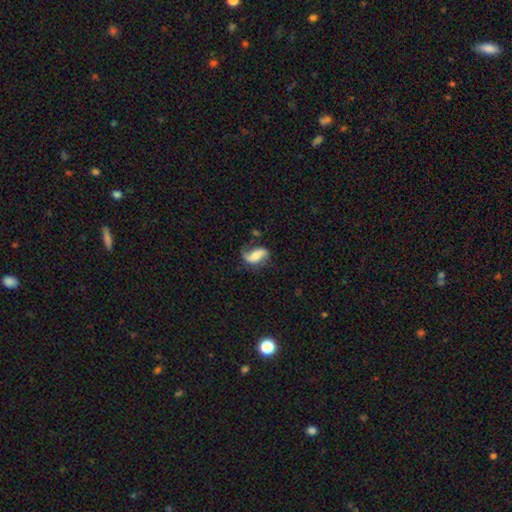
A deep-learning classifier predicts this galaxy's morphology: Overall: featured or disk (62%; smooth 30%). Edge-on disk: no (96%). Bar: no (41%; weak 32%). Spiral arms: yes (90%). Spiral arm count: 2 (77%). Spiral winding: loose (61%; medium 28%). Bulge size: moderate (37%; small 33%). Merging: none (55%; minor disturbance 25%).